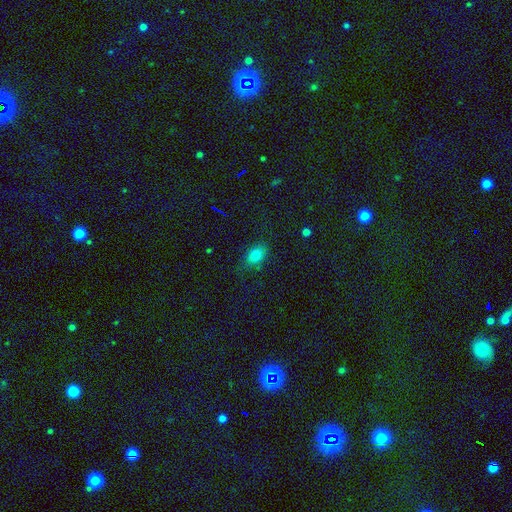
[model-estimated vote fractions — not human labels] Q: Smooth or featured?
A: smooth (78%); runner-up: star or artifact (12%)
Q: How rounded?
A: in between (82%); runner-up: round (15%)
Q: Merging?
A: none (76%); runner-up: minor disturbance (17%)